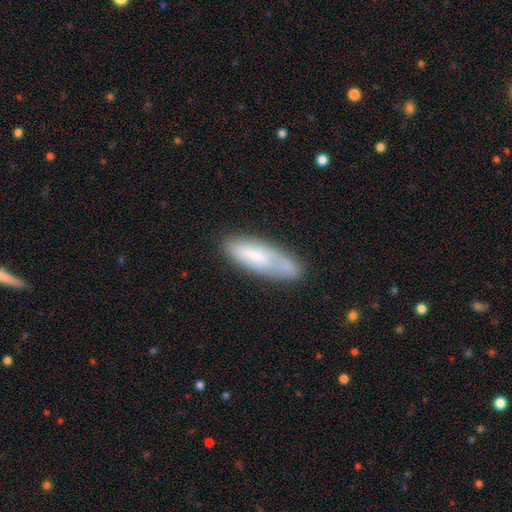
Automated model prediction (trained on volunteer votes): The model was most divided on "how rounded" (2-way tie): cigar-shaped: 49%, in between: 49%, round: 2%. More confident: merging — none (67%); smooth or featured — smooth (64%).